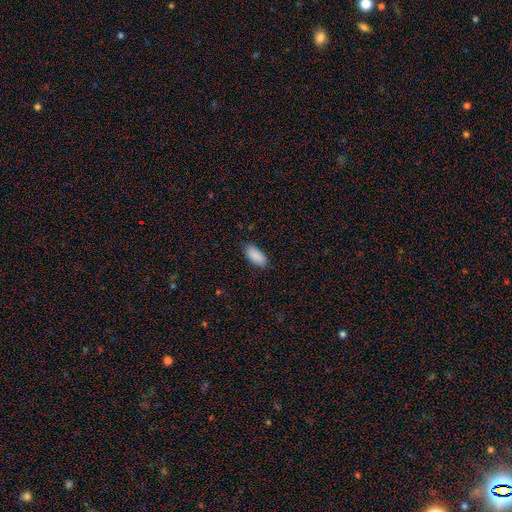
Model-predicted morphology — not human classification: This is clearly a smooth galaxy (90%). How rounded: clearly in between (91%). Merging: clearly none (84%).